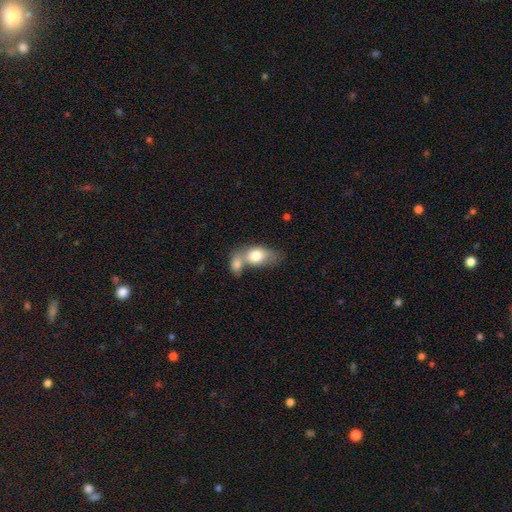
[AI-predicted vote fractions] A smooth galaxy with no disk features (78%) that is in between round and cigar-shaped (82%).

Vote fractions:
- Smooth or featured? smooth: 78% / featured or disk: 16% / star or artifact: 6%
- How rounded? in between: 82% / round: 16% / cigar-shaped: 3%
- Merging? merger: 65% / none: 20% / minor disturbance: 10% / major disturbance: 6%